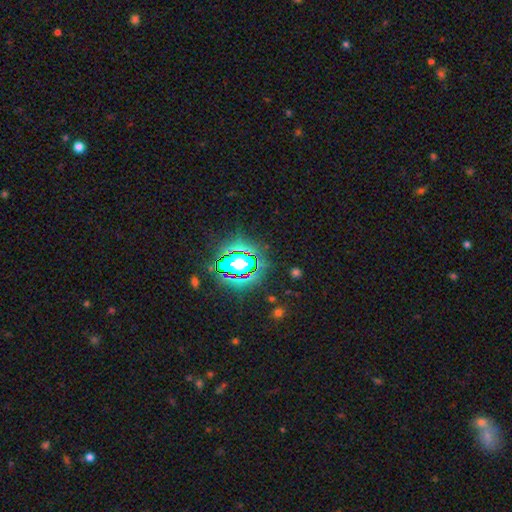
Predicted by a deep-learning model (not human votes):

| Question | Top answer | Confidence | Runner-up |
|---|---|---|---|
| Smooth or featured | star or artifact | 80% | smooth (12%) |